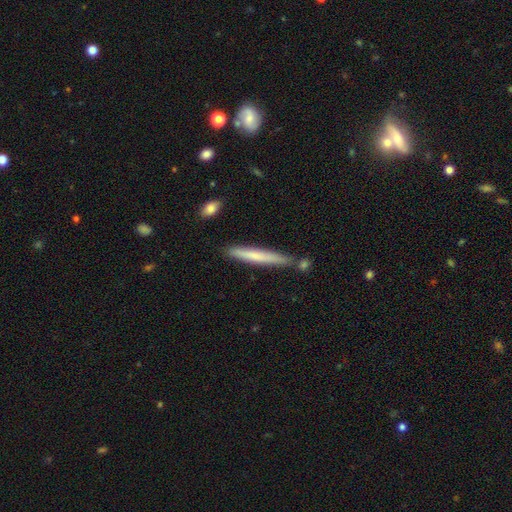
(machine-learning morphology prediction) smooth-or-featured: smooth: 62% | featured or disk: 32% | star or artifact: 6%
  how-rounded: cigar-shaped: 96% | in between: 3% | round: 1%
  merging: none: 79% | minor disturbance: 13% | merger: 6% | major disturbance: 2%